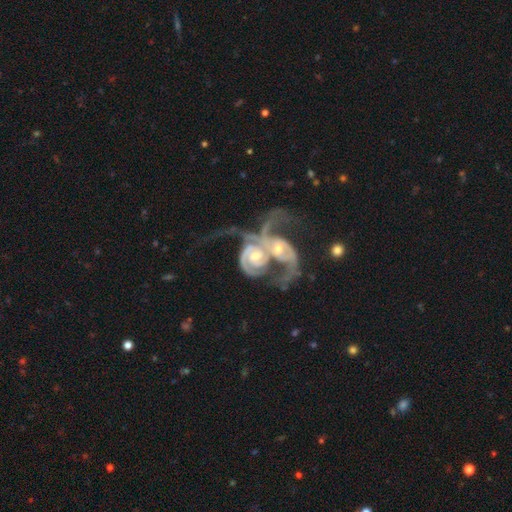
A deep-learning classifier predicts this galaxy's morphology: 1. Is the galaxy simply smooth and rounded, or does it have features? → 87% featured or disk, 7% smooth, 5% star or artifact.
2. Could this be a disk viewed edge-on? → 97% no, 3% yes.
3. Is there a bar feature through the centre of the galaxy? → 64% no, 27% weak, 9% strong.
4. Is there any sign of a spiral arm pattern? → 93% yes, 7% no.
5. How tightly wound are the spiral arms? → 41% medium, 30% tight, 29% loose.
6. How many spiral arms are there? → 71% 2, 14% can't tell, 6% 1, 5% 3, 2% 4, 2% more than 4.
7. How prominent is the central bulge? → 54% moderate, 37% small, 5% large, 2% none, 1% dominant.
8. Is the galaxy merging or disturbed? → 77% merger, 10% major disturbance, 8% none, 4% minor disturbance.